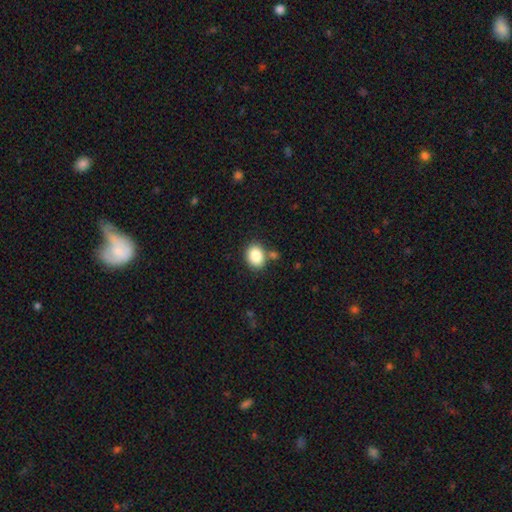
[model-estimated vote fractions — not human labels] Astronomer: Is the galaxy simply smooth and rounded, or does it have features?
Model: smooth — 86%.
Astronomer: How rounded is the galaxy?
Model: in between — 55% (runner-up: round, 44%).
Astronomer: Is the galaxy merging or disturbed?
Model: none — 75%.